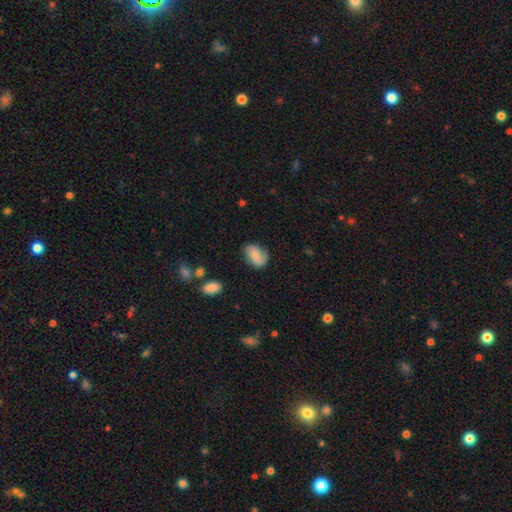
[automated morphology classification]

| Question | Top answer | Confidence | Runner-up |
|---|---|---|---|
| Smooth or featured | smooth | 66% | featured or disk (26%) |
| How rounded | in between | 84% | round (14%) |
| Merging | none | 67% | minor disturbance (24%) |